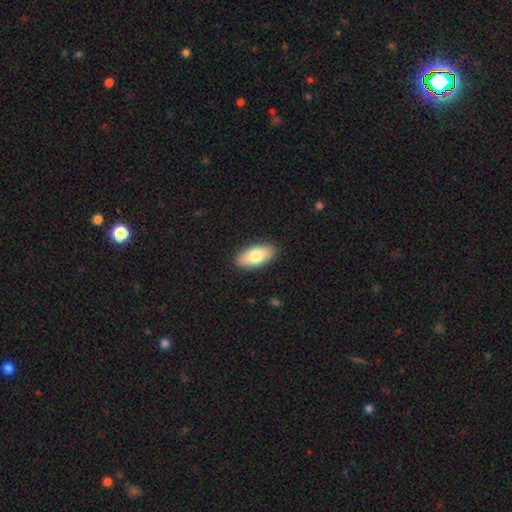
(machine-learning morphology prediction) A smooth galaxy with no disk features (78%) that is in between round and cigar-shaped (91%).

Vote fractions:
- Smooth or featured? smooth: 78% / featured or disk: 16% / star or artifact: 6%
- How rounded? in between: 91% / cigar-shaped: 6% / round: 3%
- Merging? none: 89% / minor disturbance: 8% / major disturbance: 2% / merger: 1%